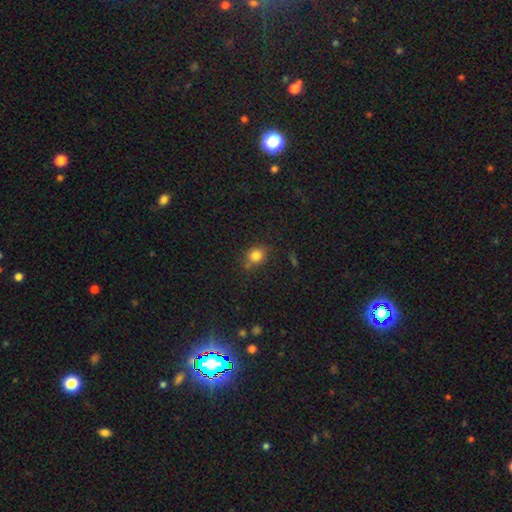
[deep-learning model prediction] A smooth galaxy with no disk features (81%) that is round (69%).

Vote fractions:
- Smooth or featured? smooth: 81% / star or artifact: 12% / featured or disk: 6%
- How rounded? round: 69% / in between: 30% / cigar-shaped: 1%
- Merging? none: 72% / minor disturbance: 18% / major disturbance: 5% / merger: 5%